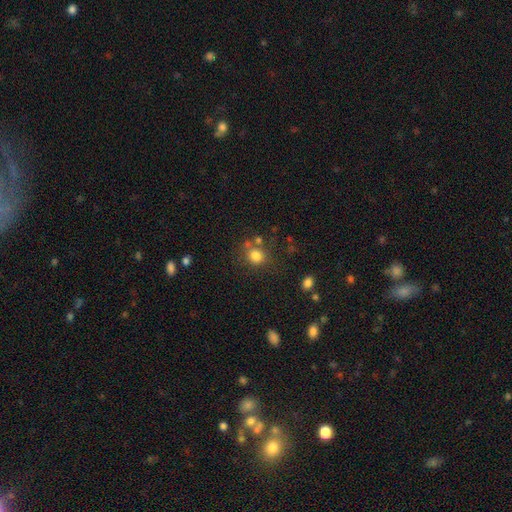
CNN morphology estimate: A smooth galaxy with no disk features (79%) that is round (83%). Merging: none (66%).